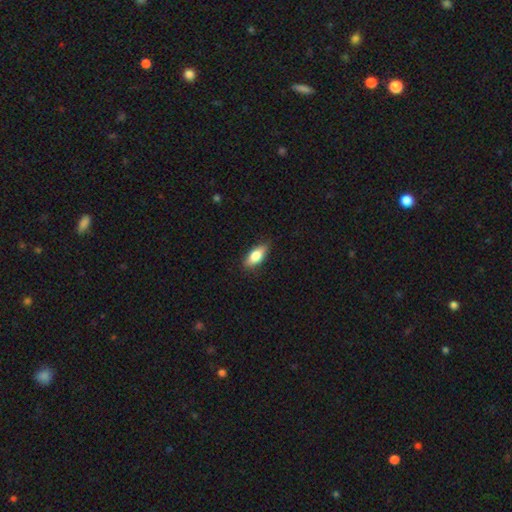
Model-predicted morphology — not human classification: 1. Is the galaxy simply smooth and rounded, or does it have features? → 79% smooth, 14% featured or disk, 7% star or artifact.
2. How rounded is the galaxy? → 81% in between, 16% cigar-shaped, 3% round.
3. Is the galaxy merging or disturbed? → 82% none, 15% minor disturbance, 3% major disturbance, 1% merger.